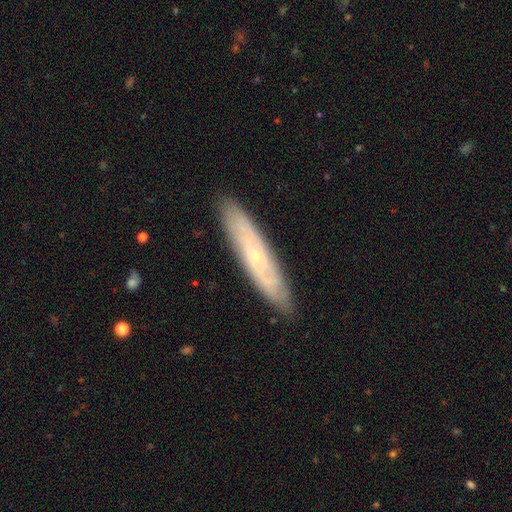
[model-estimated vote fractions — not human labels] Smooth or featured?
  - featured or disk: 65% *
  - smooth: 28%
  - star or artifact: 7%
Edge-on disk?
  - no: 55% *
  - yes: 45%
Merging?
  - none: 87% *
  - minor disturbance: 10%
  - major disturbance: 2%
  - merger: 1%